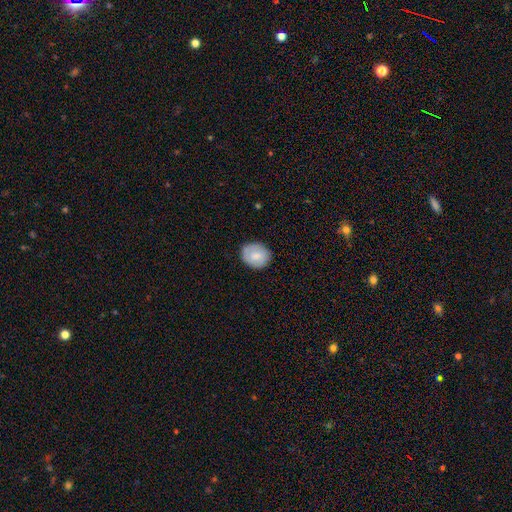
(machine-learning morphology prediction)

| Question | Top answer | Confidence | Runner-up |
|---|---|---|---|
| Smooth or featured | smooth | 70% | featured or disk (23%) |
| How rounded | round | 60% | in between (39%) |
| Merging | none | 82% | minor disturbance (14%) |